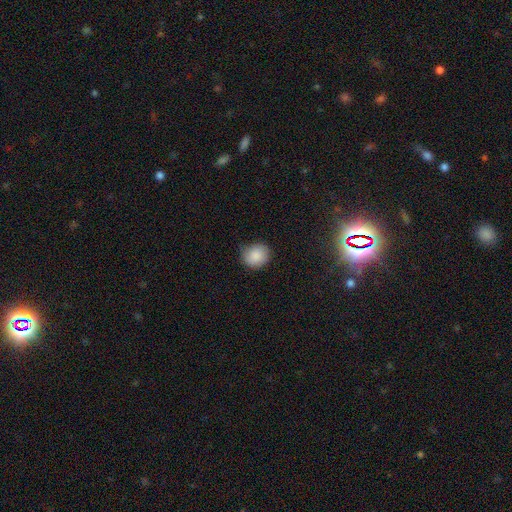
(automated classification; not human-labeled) This appears to be a smooth galaxy with no disk features (87%) that is round (81%). Merging: none (74%).